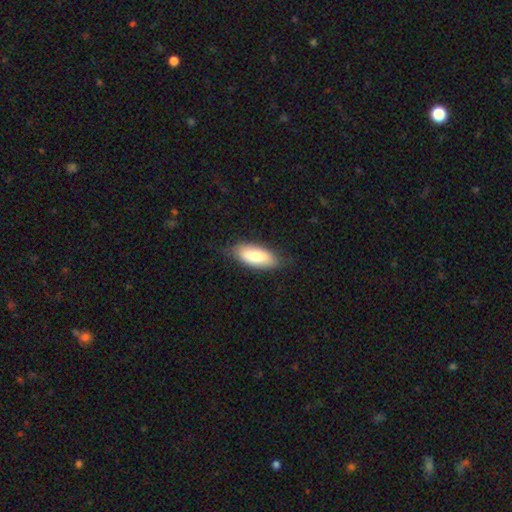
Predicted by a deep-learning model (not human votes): A smooth galaxy with no disk features (76%) that is in between round and cigar-shaped (83%). Merging: none (77%).